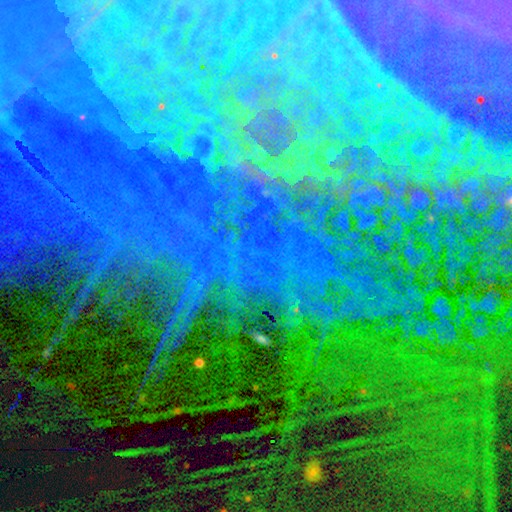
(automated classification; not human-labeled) This appears to be a star or artifact, not a galaxy (83%).